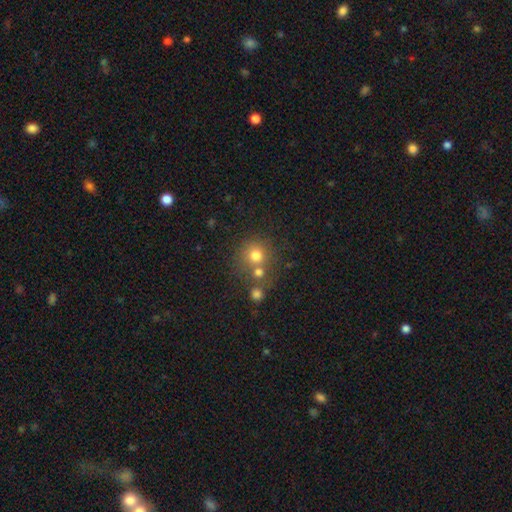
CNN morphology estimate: This is likely a smooth galaxy (74%). How rounded: clearly round (89%). Merging: possibly none (57%).